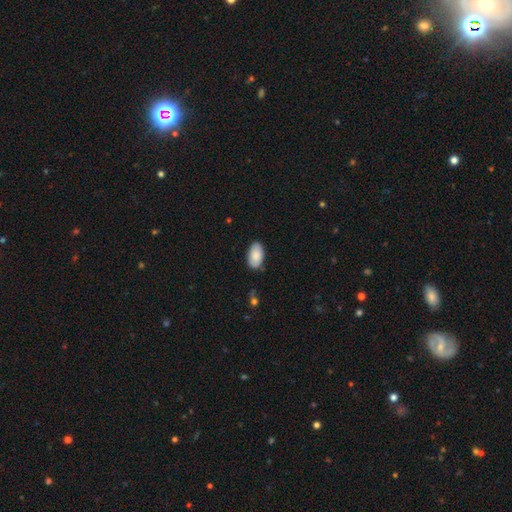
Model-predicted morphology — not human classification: Q: Smooth or featured?
A: smooth (86%); runner-up: featured or disk (8%)
Q: How rounded?
A: in between (95%); runner-up: round (3%)
Q: Merging?
A: none (83%); runner-up: minor disturbance (13%)